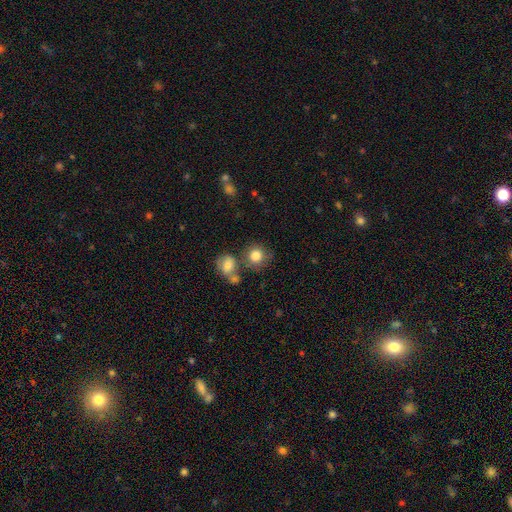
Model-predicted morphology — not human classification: type=smooth (82%); roundness=round (87%); merging=none (66%).